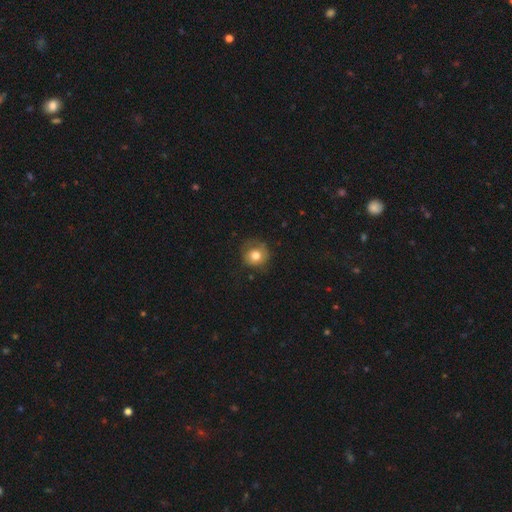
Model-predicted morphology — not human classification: Smooth or featured?
  - smooth: 77% *
  - featured or disk: 13%
  - star or artifact: 10%
How rounded?
  - round: 86% *
  - in between: 13%
  - cigar-shaped: 1%
Merging?
  - none: 71% *
  - minor disturbance: 20%
  - major disturbance: 7%
  - merger: 1%